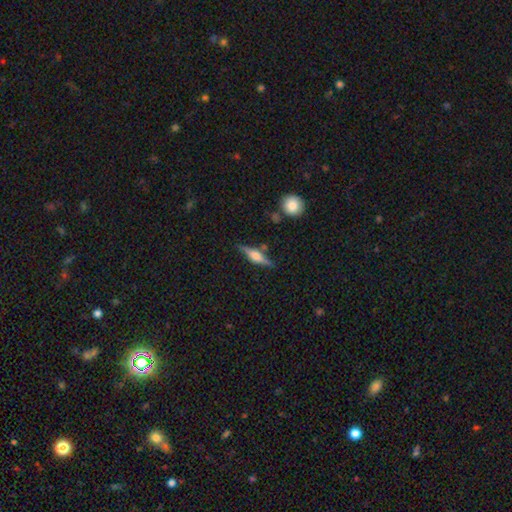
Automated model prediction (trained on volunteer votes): Morphology: type=featured or disk (74%); edge-on=yes (97%); edge-on bulge=rounded (85%); merging=none (82%).